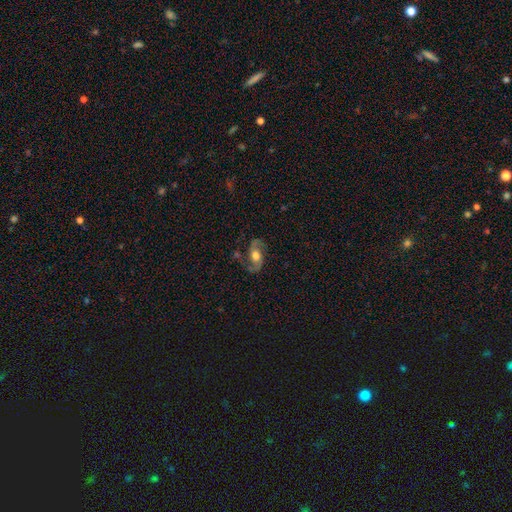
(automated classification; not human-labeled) The model was most divided on "spiral winding": medium: 46%, loose: 40%, tight: 14%. More confident: edge-on disk — no (96%); spiral arms — yes (93%); spiral arm count — 2 (92%); smooth or featured — featured or disk (80%); merging — none (74%); bulge size — moderate (64%); bar — no (59%).